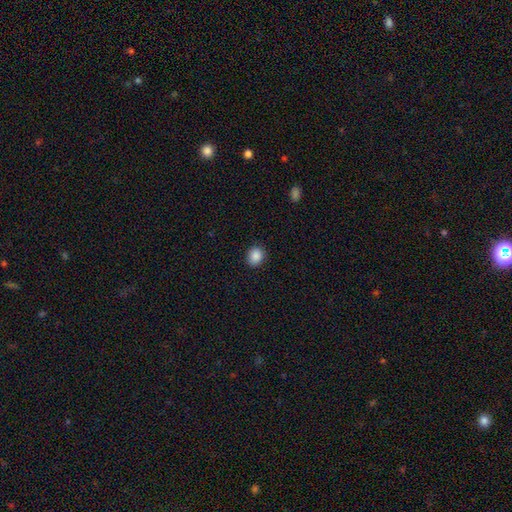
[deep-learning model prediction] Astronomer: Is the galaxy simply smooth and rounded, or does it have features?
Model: smooth — 88%.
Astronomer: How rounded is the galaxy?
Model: round — 66%.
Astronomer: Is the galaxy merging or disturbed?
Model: none — 88%.